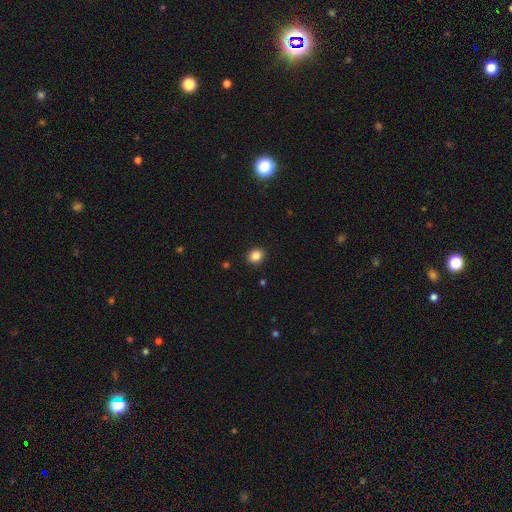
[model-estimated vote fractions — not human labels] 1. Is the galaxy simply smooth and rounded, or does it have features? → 85% smooth, 10% star or artifact, 4% featured or disk.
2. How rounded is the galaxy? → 71% round, 28% in between, 1% cigar-shaped.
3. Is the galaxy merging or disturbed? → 92% none, 6% minor disturbance, 2% major disturbance, 1% merger.